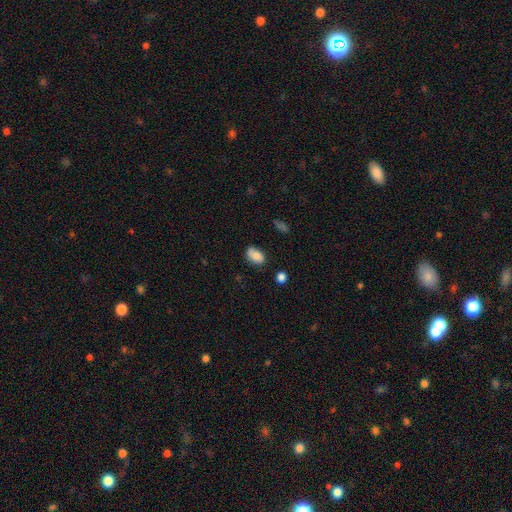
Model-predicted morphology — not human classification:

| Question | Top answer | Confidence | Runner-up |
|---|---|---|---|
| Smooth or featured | smooth | 77% | featured or disk (14%) |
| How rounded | in between | 89% | round (10%) |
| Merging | none | 66% | minor disturbance (24%) |